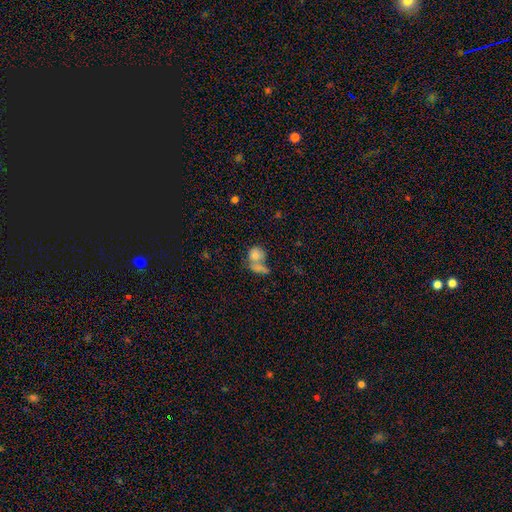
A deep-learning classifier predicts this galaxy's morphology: Smooth or featured?
  - smooth: 76% *
  - featured or disk: 15%
  - star or artifact: 9%
How rounded?
  - round: 65% *
  - in between: 32%
  - cigar-shaped: 2%
Merging?
  - merger: 55% *
  - none: 26%
  - minor disturbance: 10%
  - major disturbance: 8%